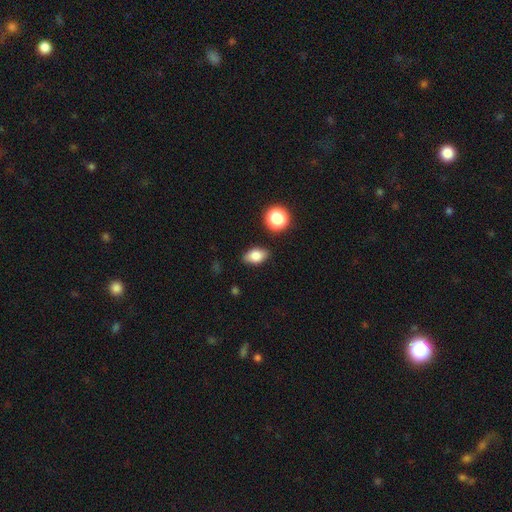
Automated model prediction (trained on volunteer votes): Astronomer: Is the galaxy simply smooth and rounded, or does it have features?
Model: smooth — 80%.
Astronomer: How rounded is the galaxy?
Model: in between — 85%.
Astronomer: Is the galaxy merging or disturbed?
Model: none — 83%.